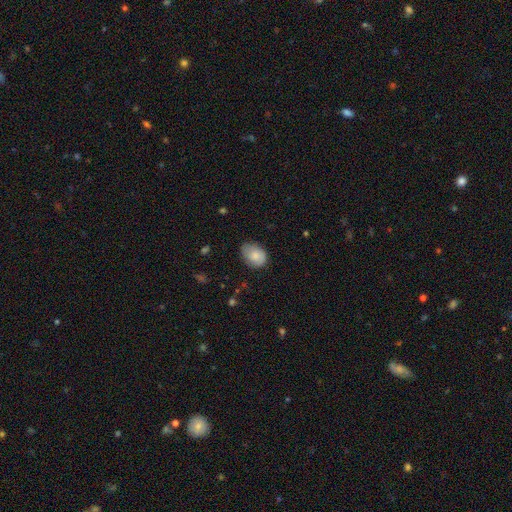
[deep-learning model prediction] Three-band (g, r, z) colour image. It shows a smooth galaxy with no disk features (79%) that is in between round and cigar-shaped (75%). Merging: none (69%).